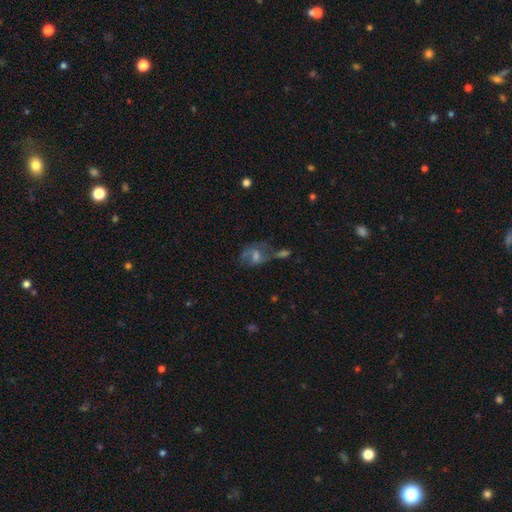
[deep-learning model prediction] Q: Smooth or featured?
A: featured or disk (49%); runner-up: smooth (32%)
Q: Merging?
A: none (36%); runner-up: merger (25%)